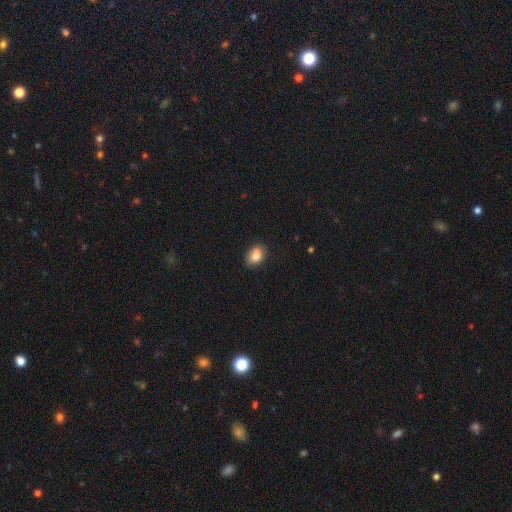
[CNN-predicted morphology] Smooth or featured: smooth — 85% (star or artifact — 8%)
How rounded: in between — 79% (round — 20%)
Merging: none — 83% (minor disturbance — 13%)